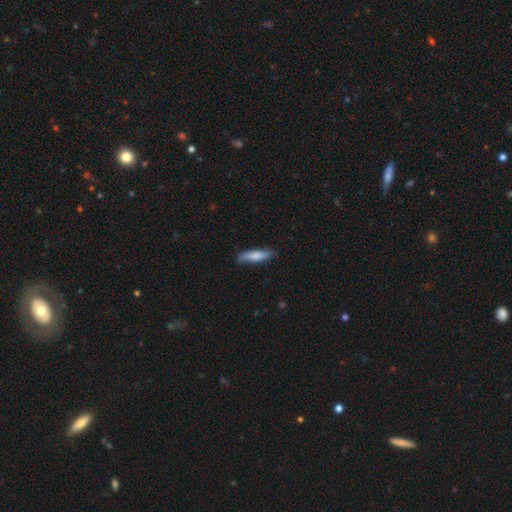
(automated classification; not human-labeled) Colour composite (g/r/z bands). It shows a smooth galaxy with no disk features (66%) that is cigar-shaped (71%). Merging: none (76%).